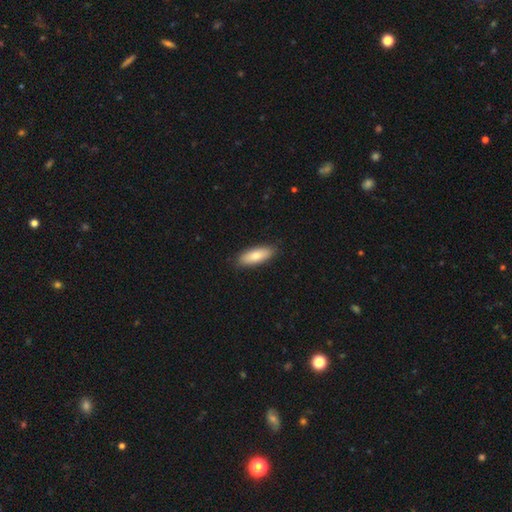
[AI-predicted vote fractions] smooth_or_featured: smooth (p=0.80) [alt: featured or disk p=0.14]
how_rounded: in between (p=0.67) [alt: cigar-shaped p=0.31]
merging: none (p=0.87) [alt: minor disturbance p=0.10]